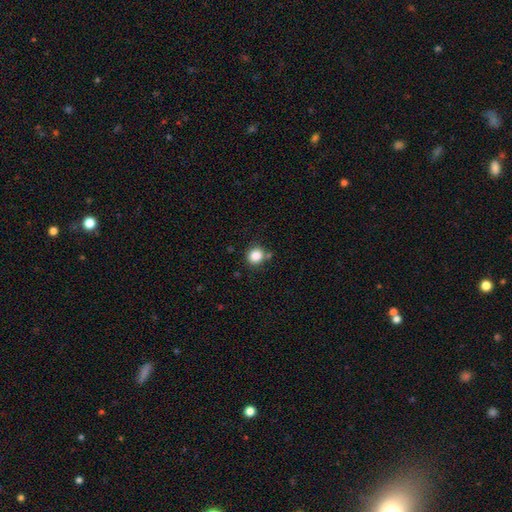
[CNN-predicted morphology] smooth_or_featured: smooth (p=0.85) [alt: star or artifact p=0.11]
how_rounded: round (p=0.83) [alt: in between p=0.16]
merging: none (p=0.77) [alt: minor disturbance p=0.12]